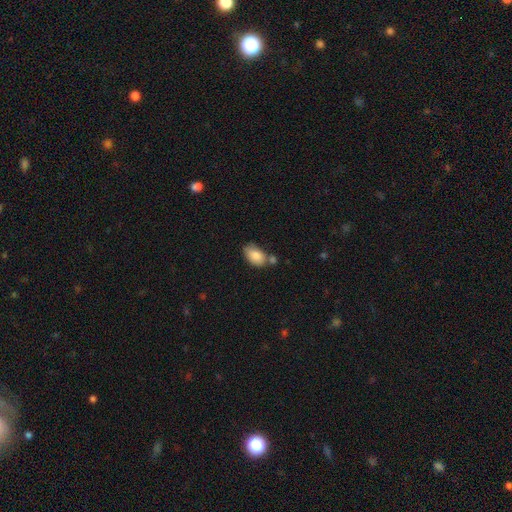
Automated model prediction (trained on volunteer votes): This is clearly a smooth galaxy (84%). How rounded: clearly in between (91%). Merging: possibly none (53%).